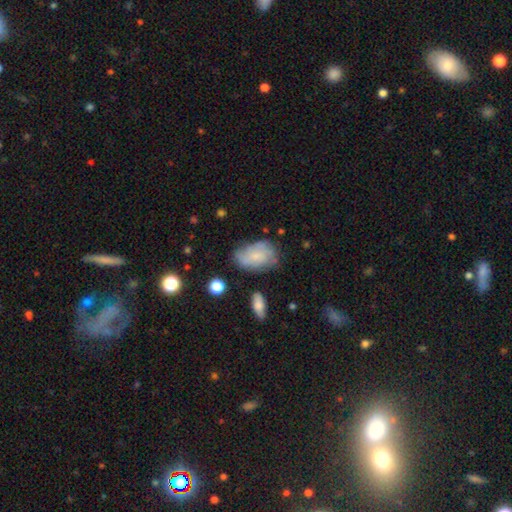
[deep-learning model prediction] Smooth or featured: smooth — 61% (featured or disk — 31%)
How rounded: in between — 89% (round — 10%)
Merging: none — 53% (minor disturbance — 31%)